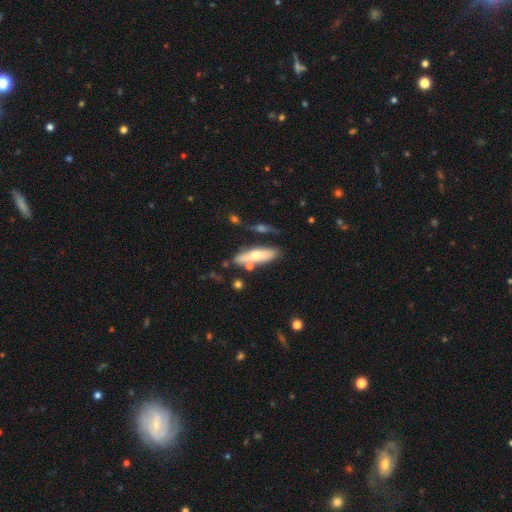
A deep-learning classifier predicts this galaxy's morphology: Smooth or featured: smooth — 55% (featured or disk — 39%)
How rounded: cigar-shaped — 53% (in between — 45%)
Merging: none — 63% (minor disturbance — 18%)